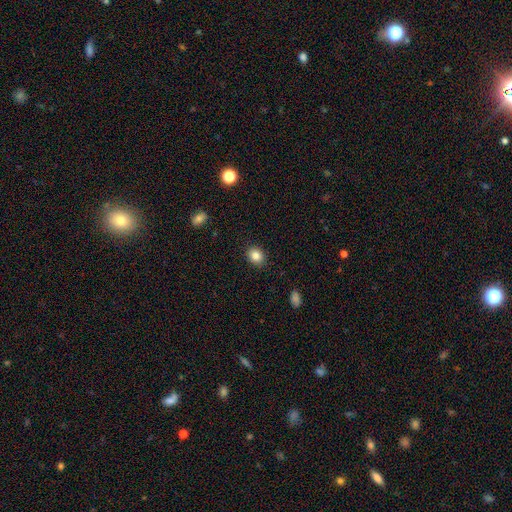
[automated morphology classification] Smooth or featured?
  - smooth: 84% *
  - star or artifact: 10%
  - featured or disk: 6%
How rounded?
  - round: 54% *
  - in between: 45%
  - cigar-shaped: 1%
Merging?
  - none: 89% *
  - minor disturbance: 8%
  - major disturbance: 2%
  - merger: 1%